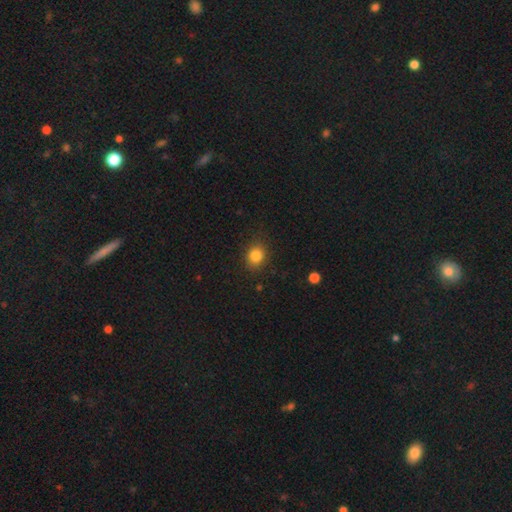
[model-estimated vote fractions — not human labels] smooth 84%, star or artifact 11%, featured or disk 5%. Down the decision tree: how rounded — round (70%); merging — none (85%).